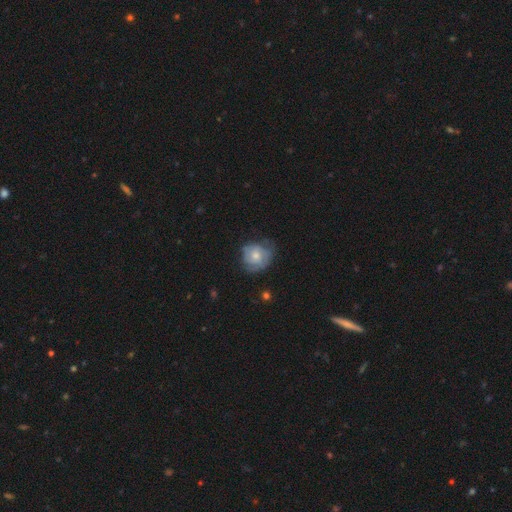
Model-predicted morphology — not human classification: Smooth or featured? Predicted: featured or disk (p=0.53). Edge-on disk? Predicted: no (p=0.97). Bar? Predicted: no (p=0.81). Spiral arms? Predicted: yes (p=0.77). Bulge size? Predicted: moderate (p=0.50). Merging? Predicted: none (p=0.58).